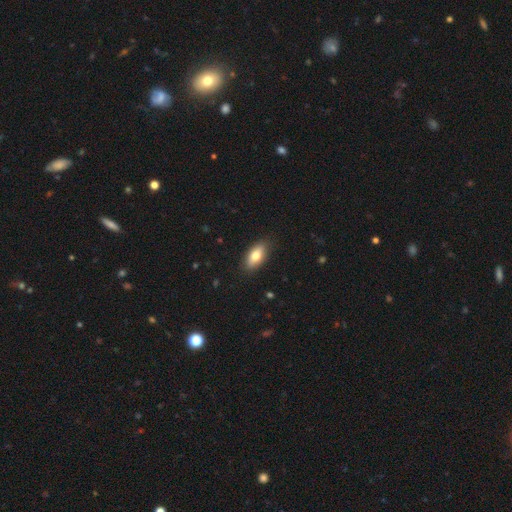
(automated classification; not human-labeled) Morphology: type=smooth (76%); roundness=in between (86%); merging=none (87%).